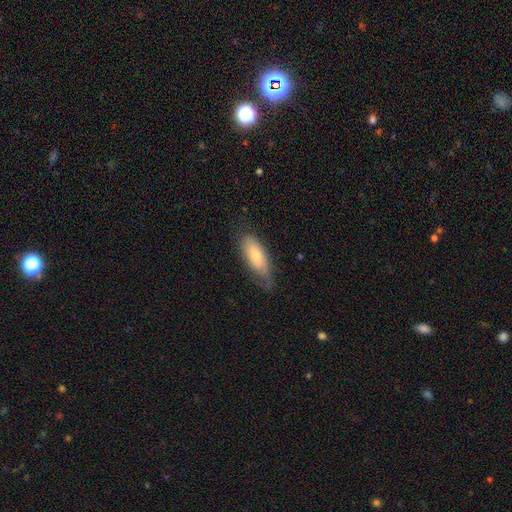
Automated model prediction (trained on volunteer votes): A smooth galaxy with no disk features (66%) that is in between round and cigar-shaped (79%).

Vote fractions:
- Smooth or featured? smooth: 66% / featured or disk: 28% / star or artifact: 6%
- How rounded? in between: 79% / cigar-shaped: 19% / round: 2%
- Merging? none: 55% / minor disturbance: 32% / major disturbance: 11% / merger: 1%